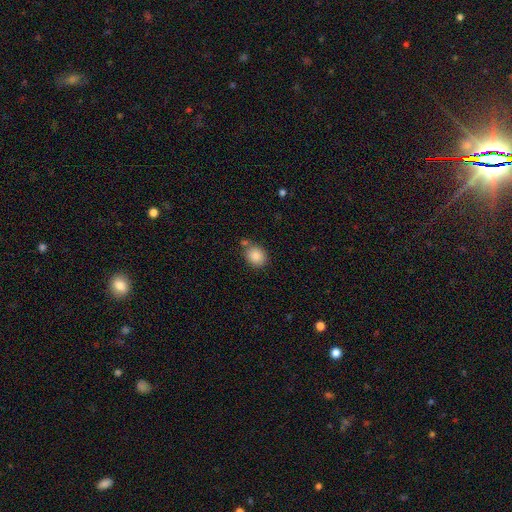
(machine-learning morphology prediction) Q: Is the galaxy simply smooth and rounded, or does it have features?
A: smooth — 85%.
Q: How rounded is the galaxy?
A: round — 56%.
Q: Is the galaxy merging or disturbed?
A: none — 70%.